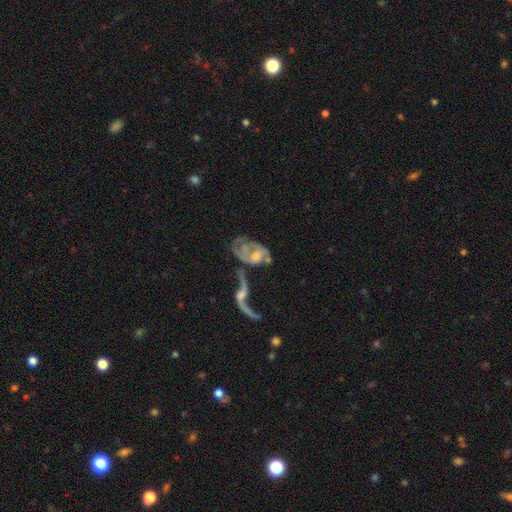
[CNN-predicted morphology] Q: Smooth or featured?
A: featured or disk (76%); runner-up: smooth (15%)
Q: Edge-on disk?
A: no (94%); runner-up: yes (6%)
Q: Bar?
A: no (61%); runner-up: weak (32%)
Q: Spiral arms?
A: yes (73%); runner-up: no (27%)
Q: Spiral winding?
A: loose (64%); runner-up: medium (25%)
Q: Spiral arm count?
A: 2 (47%); runner-up: can't tell (25%)
Q: Bulge size?
A: moderate (43%); runner-up: small (35%)
Q: Merging?
A: merger (50%); runner-up: major disturbance (24%)